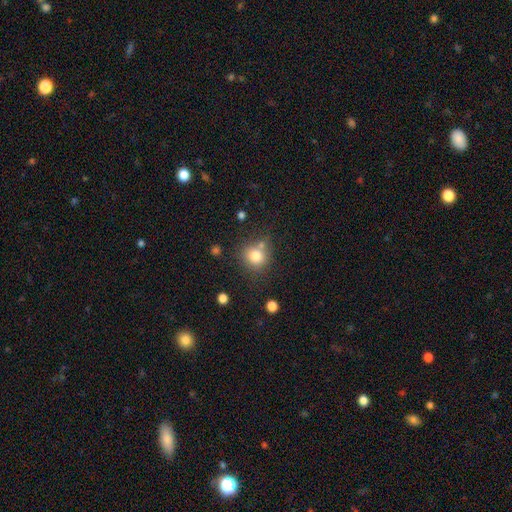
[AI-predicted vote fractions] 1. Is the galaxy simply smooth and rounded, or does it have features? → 79% smooth, 12% star or artifact, 9% featured or disk.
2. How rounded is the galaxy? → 85% round, 14% in between, 1% cigar-shaped.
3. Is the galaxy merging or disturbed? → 65% none, 17% merger, 13% minor disturbance, 5% major disturbance.